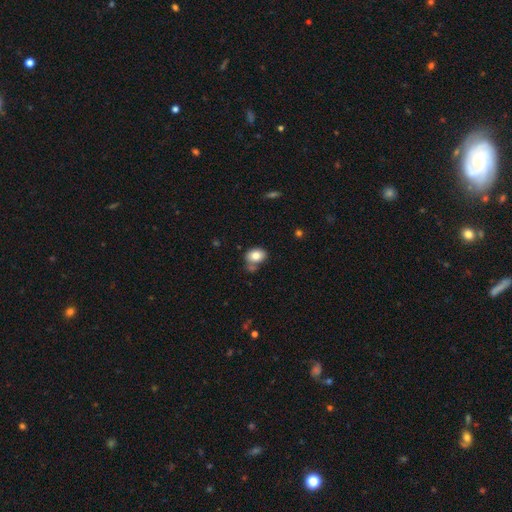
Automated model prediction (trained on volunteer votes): Overall: smooth (81%). How rounded: in between (67%; round 32%). Merging: none (59%).